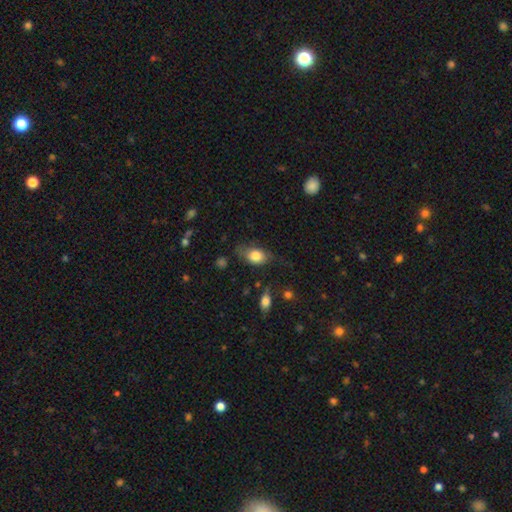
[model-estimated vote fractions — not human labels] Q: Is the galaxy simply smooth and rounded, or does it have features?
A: smooth — 78%.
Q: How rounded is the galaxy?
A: in between — 79%.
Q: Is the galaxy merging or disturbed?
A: none — 57%.